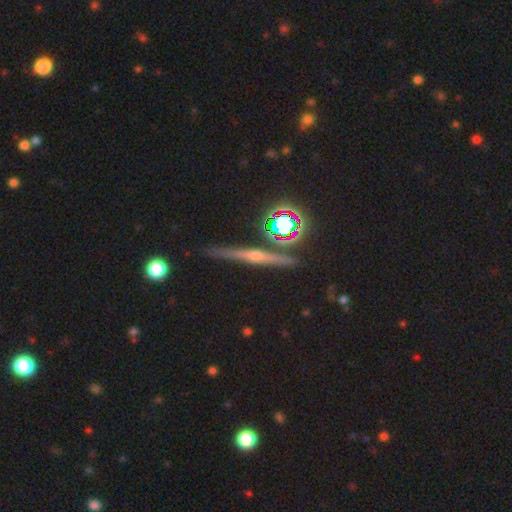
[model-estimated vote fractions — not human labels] featured or disk 60%, star or artifact 25%, smooth 16%. Down the decision tree: edge-on disk — yes (93%); edge-on bulge — rounded (80%); merging — none (86%).